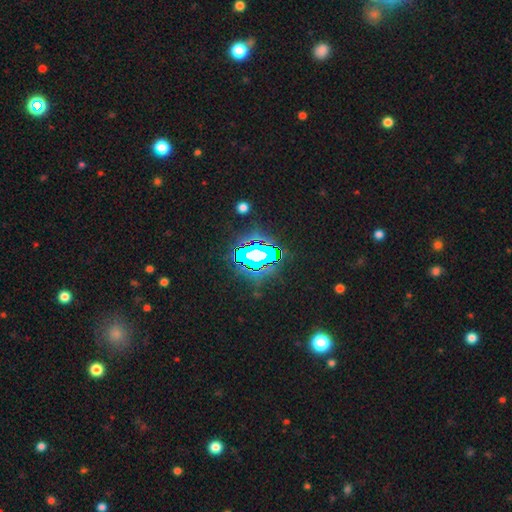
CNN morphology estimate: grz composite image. It shows a star or artifact, not a galaxy (72%).